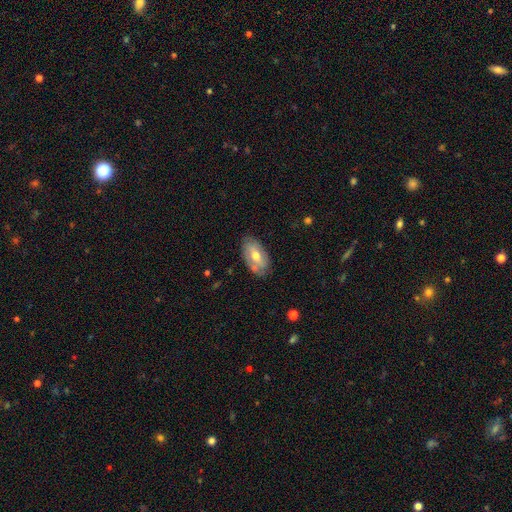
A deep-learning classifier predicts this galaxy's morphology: type=smooth (50%); merging=none (75%).